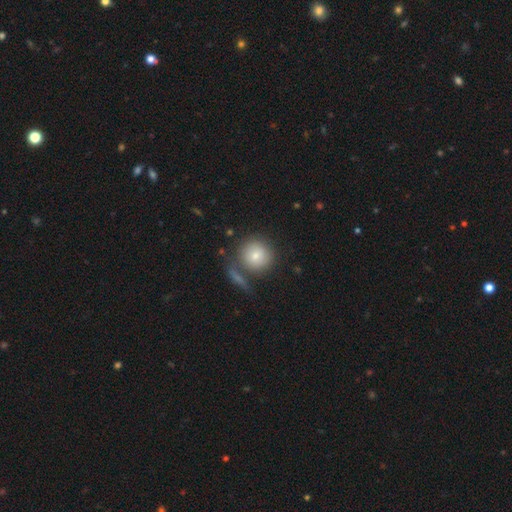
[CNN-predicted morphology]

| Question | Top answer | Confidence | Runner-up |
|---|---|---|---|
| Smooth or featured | smooth | 79% | featured or disk (13%) |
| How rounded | round | 92% | in between (7%) |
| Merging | none | 64% | merger (18%) |